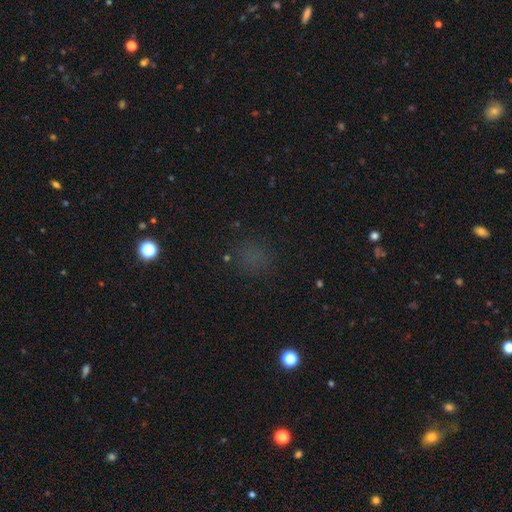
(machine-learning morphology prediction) type=smooth (58%); roundness=round (83%); merging=none (81%).